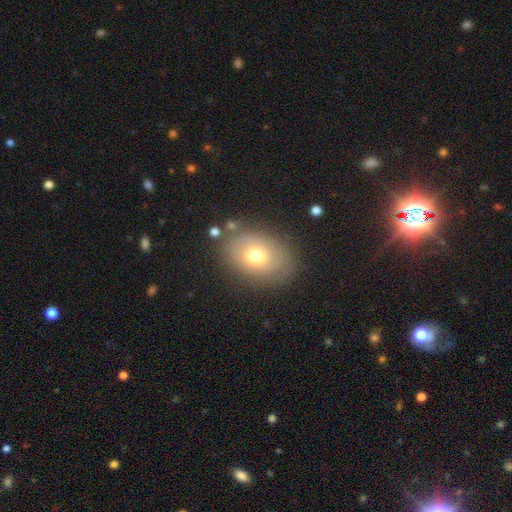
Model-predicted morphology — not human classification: A smooth galaxy with no disk features (61%) that is in between round and cigar-shaped (76%). Merging: none (77%).